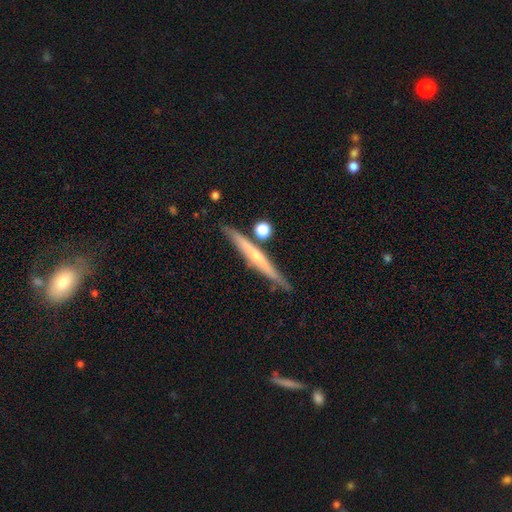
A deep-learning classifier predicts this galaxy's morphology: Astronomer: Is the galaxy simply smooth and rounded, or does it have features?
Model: featured or disk — 64%.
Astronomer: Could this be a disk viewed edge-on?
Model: yes — 96%.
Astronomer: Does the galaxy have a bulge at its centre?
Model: rounded — 58% (runner-up: none, 37%).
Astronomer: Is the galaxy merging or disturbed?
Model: none — 82%.